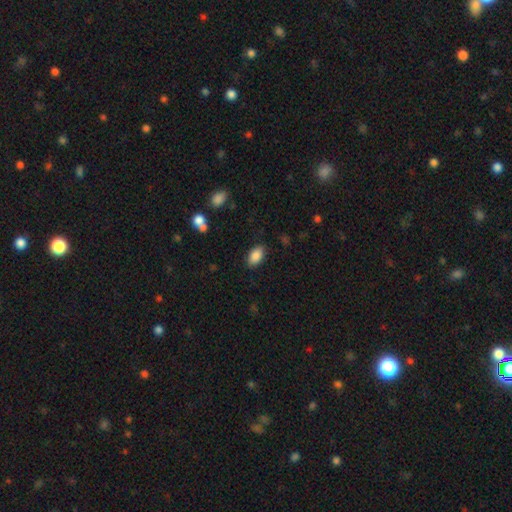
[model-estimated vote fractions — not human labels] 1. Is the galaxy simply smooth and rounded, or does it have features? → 87% smooth, 7% star or artifact, 5% featured or disk.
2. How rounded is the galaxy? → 92% in between, 5% round, 3% cigar-shaped.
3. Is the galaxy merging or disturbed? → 85% none, 11% minor disturbance, 3% major disturbance, 1% merger.